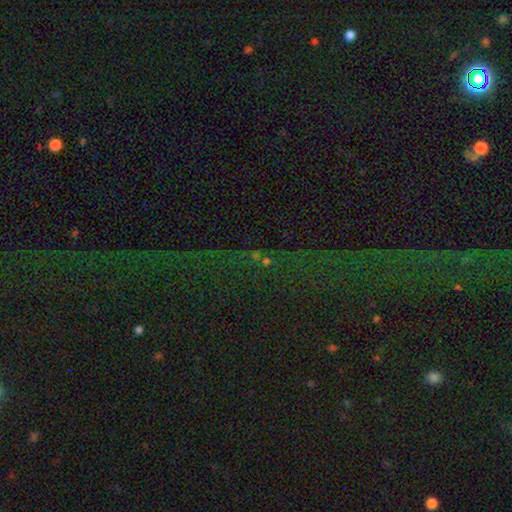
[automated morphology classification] Smooth or featured? star or artifact (74%)